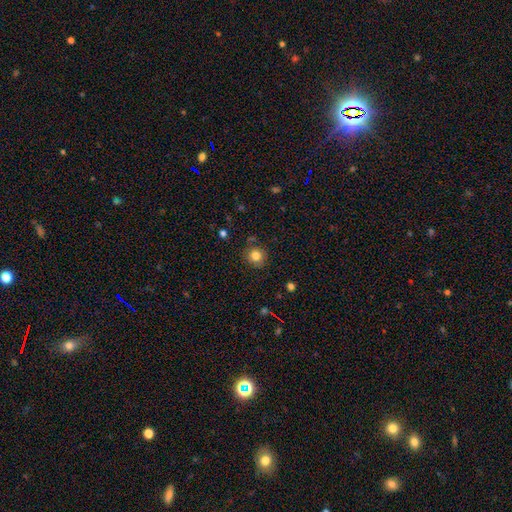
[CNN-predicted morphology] Overall: smooth (81%). How rounded: round (91%). Merging: none (85%).